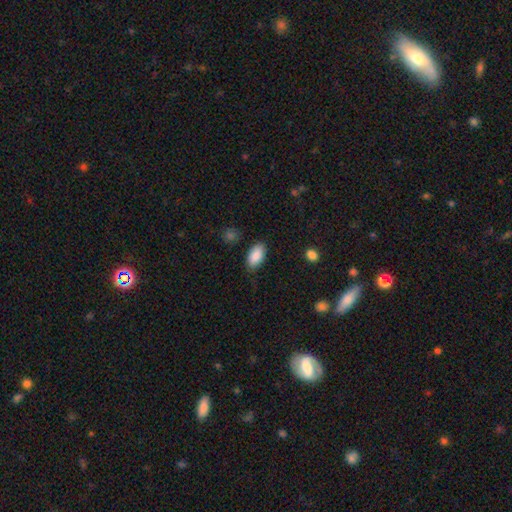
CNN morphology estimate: Smooth or featured? Predicted: smooth (p=0.89). How rounded? Predicted: in between (p=0.93). Merging? Predicted: none (p=0.82).